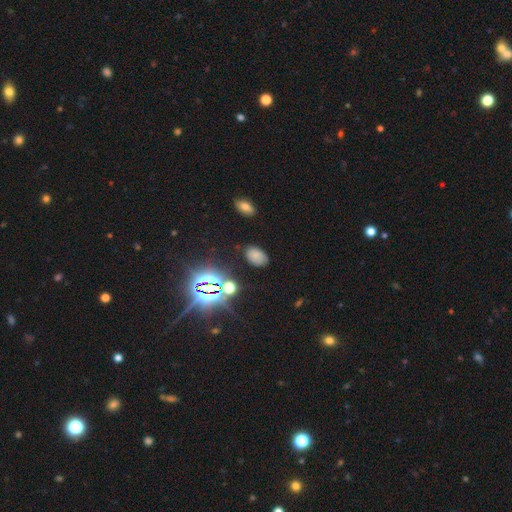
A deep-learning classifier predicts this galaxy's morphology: A smooth galaxy with no disk features (65%) that is in between round and cigar-shaped (87%).

Vote fractions:
- Smooth or featured? smooth: 65% / star or artifact: 24% / featured or disk: 11%
- How rounded? in between: 87% / round: 11% / cigar-shaped: 1%
- Merging? none: 77% / minor disturbance: 16% / major disturbance: 5% / merger: 2%